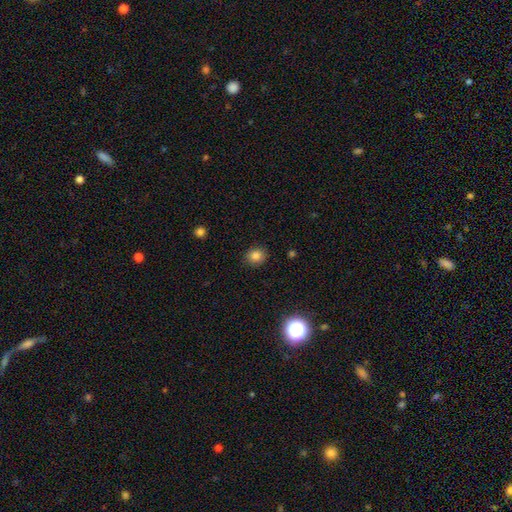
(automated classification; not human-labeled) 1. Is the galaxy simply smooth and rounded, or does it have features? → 82% smooth, 12% star or artifact, 6% featured or disk.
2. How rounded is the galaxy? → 76% round, 23% in between, 1% cigar-shaped.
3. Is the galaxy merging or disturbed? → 89% none, 8% minor disturbance, 2% major disturbance, 1% merger.